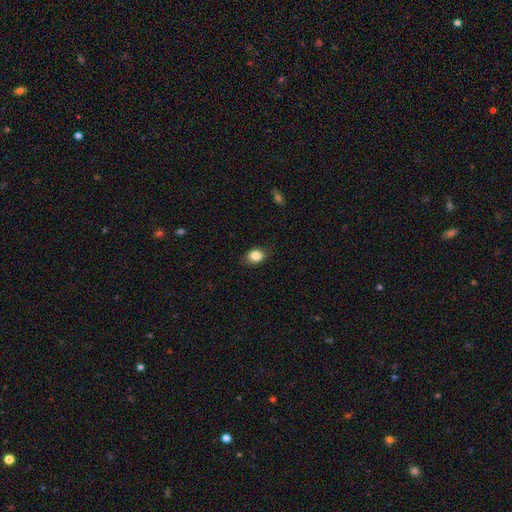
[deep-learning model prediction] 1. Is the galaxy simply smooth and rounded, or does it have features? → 86% smooth, 9% star or artifact, 6% featured or disk.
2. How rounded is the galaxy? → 68% in between, 31% round, 1% cigar-shaped.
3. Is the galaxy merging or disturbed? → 81% none, 15% minor disturbance, 3% major disturbance, 1% merger.